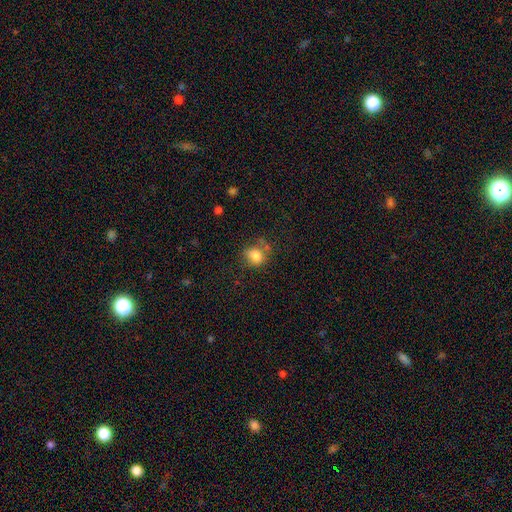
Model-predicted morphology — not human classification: Smooth or featured: smooth — 81% (star or artifact — 11%)
How rounded: round — 59% (in between — 40%)
Merging: none — 57% (minor disturbance — 23%)